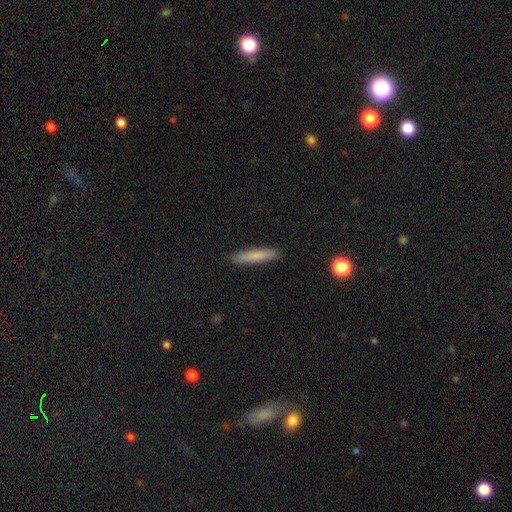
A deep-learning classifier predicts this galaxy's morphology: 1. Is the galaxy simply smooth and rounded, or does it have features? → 79% smooth, 14% featured or disk, 7% star or artifact.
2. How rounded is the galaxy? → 90% cigar-shaped, 8% in between, 1% round.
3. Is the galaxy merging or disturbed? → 90% none, 7% minor disturbance, 2% major disturbance, 1% merger.